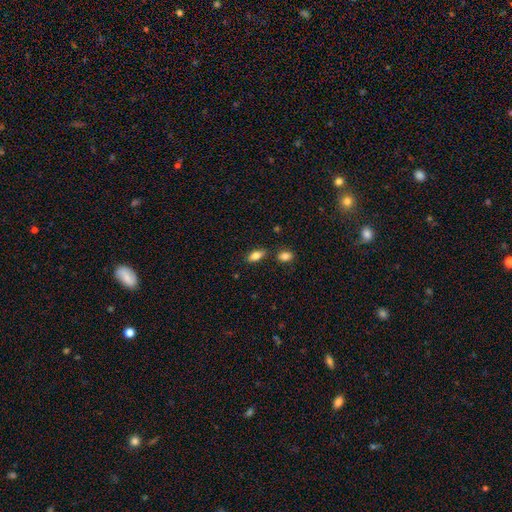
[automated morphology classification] Overall: smooth (80%). How rounded: in between (86%). Merging: none (80%).